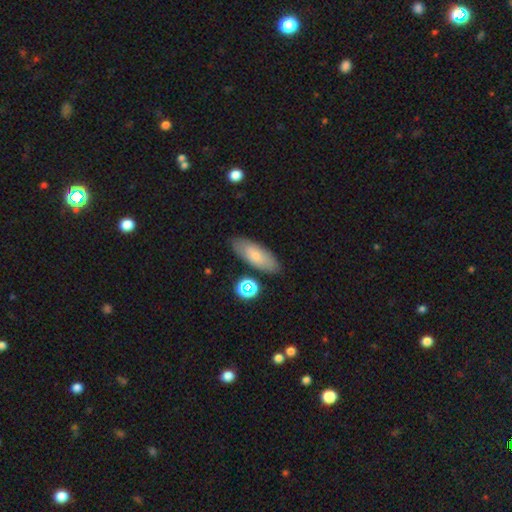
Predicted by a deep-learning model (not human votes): The model was most divided on "smooth or featured": smooth: 71%, featured or disk: 21%, star or artifact: 8%. More confident: merging — none (81%); how rounded — in between (75%).